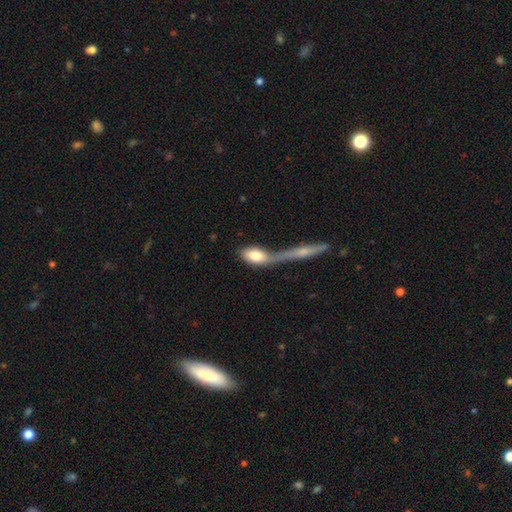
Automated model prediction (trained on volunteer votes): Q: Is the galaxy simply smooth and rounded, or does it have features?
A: smooth — 76%.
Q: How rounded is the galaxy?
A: in between — 82%.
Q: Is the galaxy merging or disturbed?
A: merger — 47%.